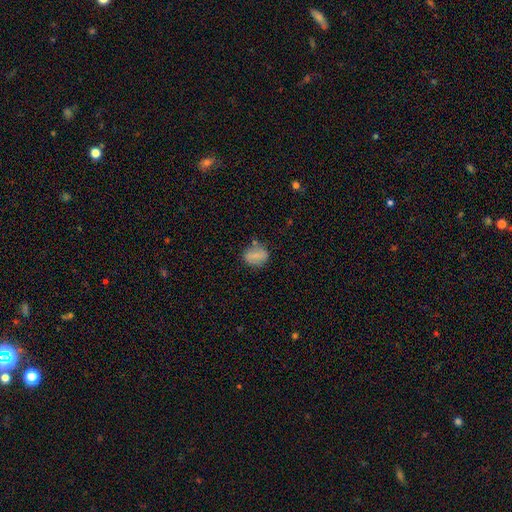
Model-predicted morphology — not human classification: type=smooth (72%); roundness=round (50%); merging=none (70%).